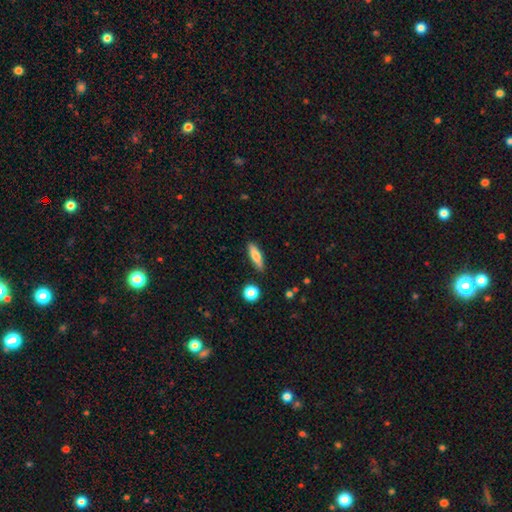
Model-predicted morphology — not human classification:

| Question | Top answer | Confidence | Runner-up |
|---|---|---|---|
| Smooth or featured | smooth | 73% | featured or disk (20%) |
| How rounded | cigar-shaped | 57% | in between (40%) |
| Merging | none | 86% | minor disturbance (10%) |